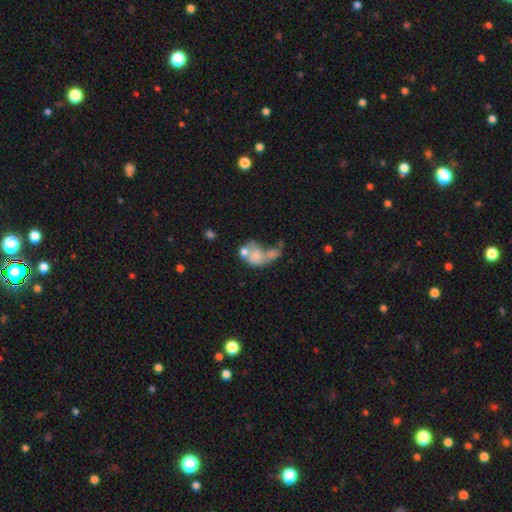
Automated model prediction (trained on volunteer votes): Smooth or featured: smooth — 55% (featured or disk — 35%)
How rounded: in between — 62% (round — 36%)
Merging: merger — 62% (major disturbance — 15%)